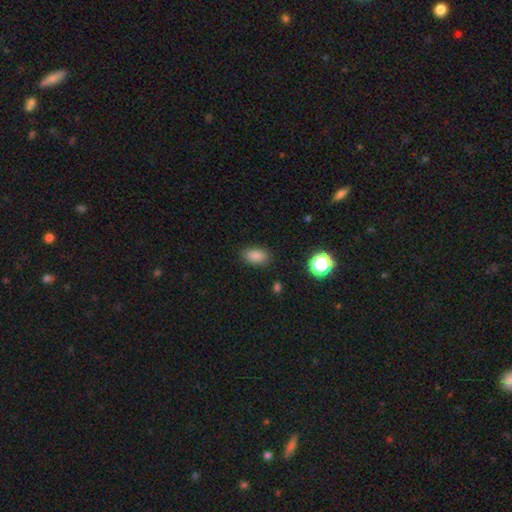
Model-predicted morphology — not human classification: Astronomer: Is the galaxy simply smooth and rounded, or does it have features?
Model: smooth — 85%.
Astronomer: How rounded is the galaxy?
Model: in between — 87%.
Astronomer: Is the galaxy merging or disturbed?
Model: none — 85%.